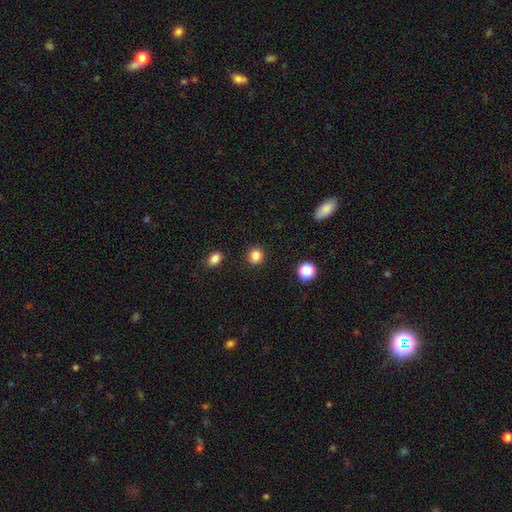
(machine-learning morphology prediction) smooth 84%, star or artifact 11%, featured or disk 4%. Down the decision tree: how rounded — round (87%); merging — none (90%).